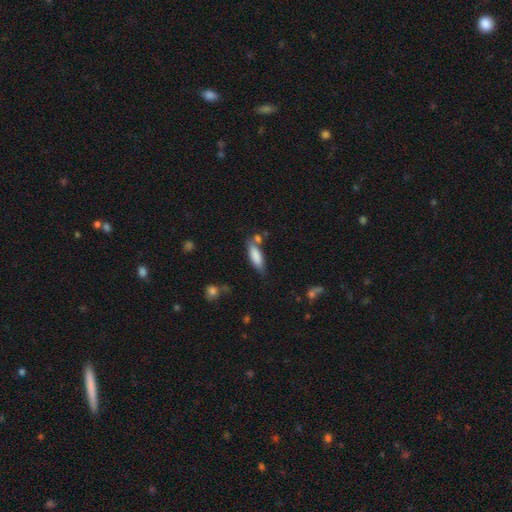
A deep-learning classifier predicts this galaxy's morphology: This appears to be a smooth galaxy with no disk features (83%) that is in between round and cigar-shaped (56%). Merging: none (63%).